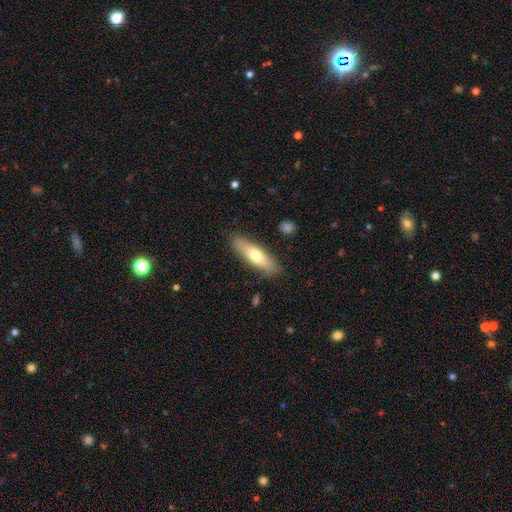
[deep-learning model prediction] smooth_or_featured: smooth (p=0.63) [alt: featured or disk p=0.32]
how_rounded: cigar-shaped (p=0.63) [alt: in between p=0.35]
merging: none (p=0.86) [alt: minor disturbance p=0.10]